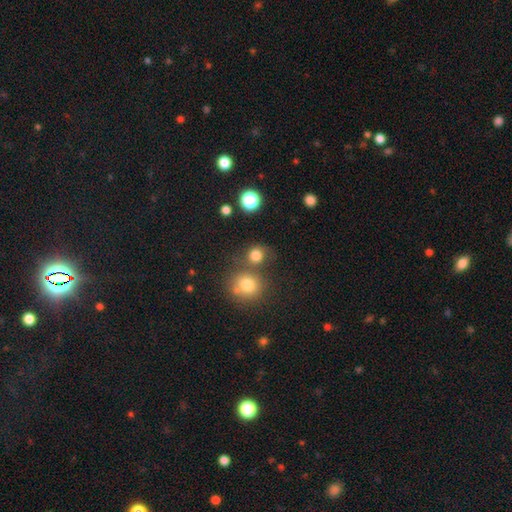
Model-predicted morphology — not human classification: type=smooth (78%); roundness=round (83%); merging=none (61%).